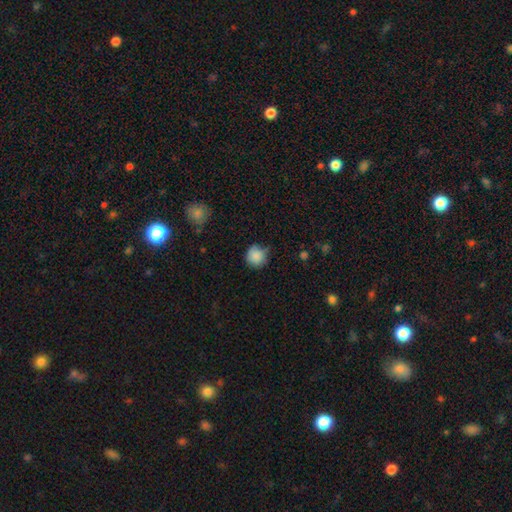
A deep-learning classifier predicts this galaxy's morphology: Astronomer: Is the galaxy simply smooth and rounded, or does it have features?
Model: smooth — 86%.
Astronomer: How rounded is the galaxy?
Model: round — 92%.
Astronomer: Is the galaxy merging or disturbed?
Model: none — 68%.